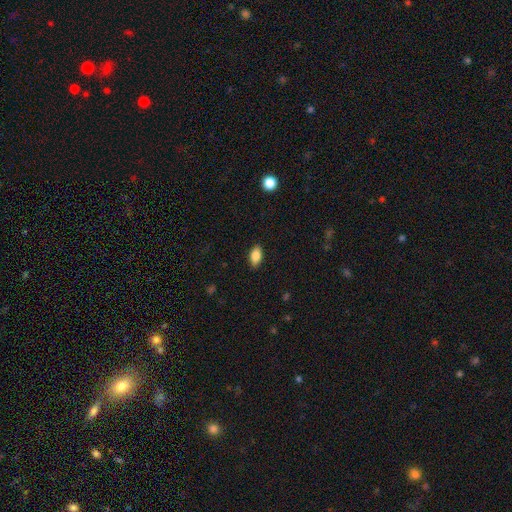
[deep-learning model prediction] smooth_or_featured: smooth (p=0.85) [alt: star or artifact p=0.08]
how_rounded: in between (p=0.90) [alt: cigar-shaped p=0.05]
merging: none (p=0.88) [alt: minor disturbance p=0.09]